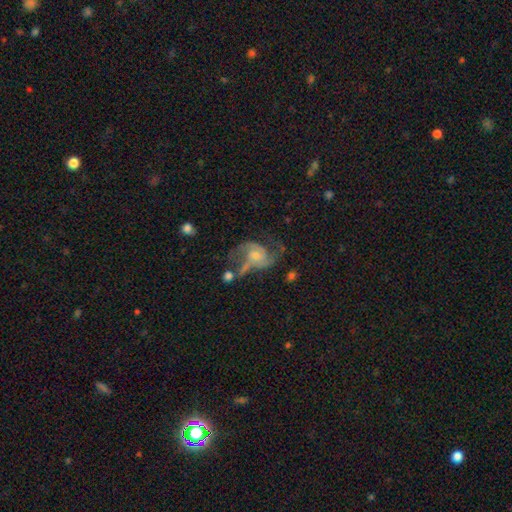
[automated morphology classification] Smooth or featured: featured or disk — 79% (smooth — 12%)
Edge-on disk: no — 97% (yes — 3%)
Bar: no — 63% (weak — 30%)
Spiral arms: yes — 92% (no — 8%)
Spiral winding: medium — 48% (loose — 36%)
Spiral arm count: 2 — 60% (3 — 16%)
Bulge size: small — 49% (moderate — 38%)
Merging: none — 38% (major disturbance — 31%)